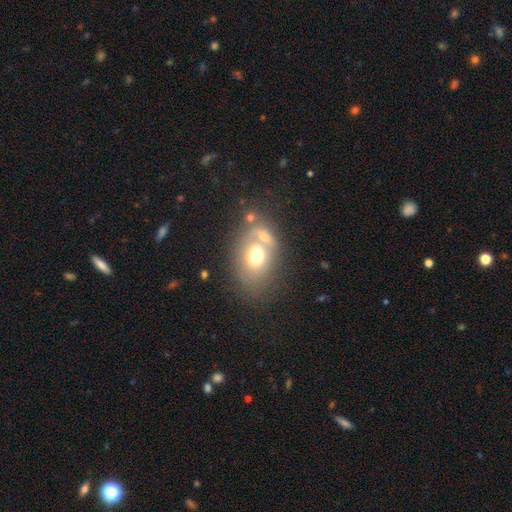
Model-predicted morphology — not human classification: smooth_or_featured: smooth (p=0.60) [alt: featured or disk p=0.30]
how_rounded: in between (p=0.69) [alt: round p=0.30]
merging: none (p=0.38) [alt: merger p=0.35]